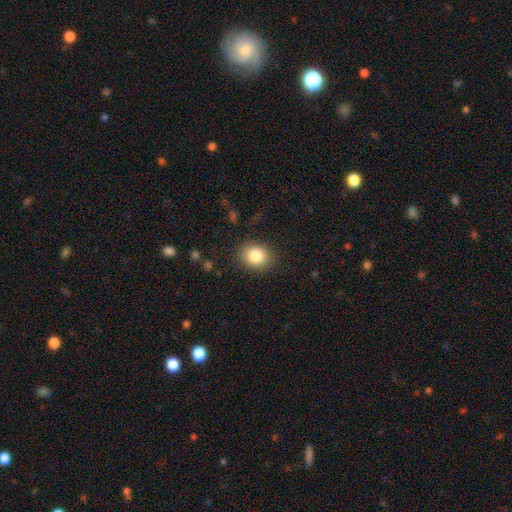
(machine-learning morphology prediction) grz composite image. It shows a smooth galaxy with no disk features (84%) that is round (56%). Merging: none (87%).